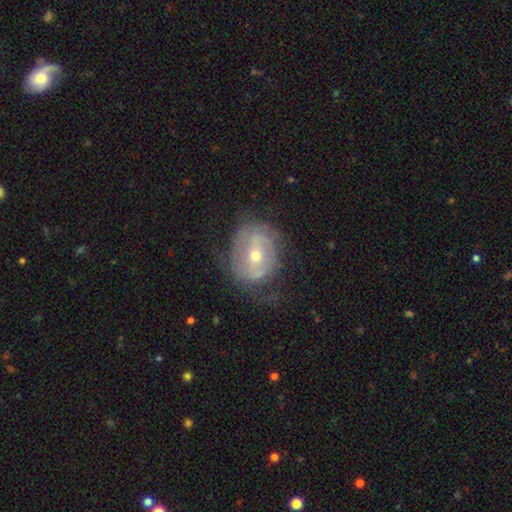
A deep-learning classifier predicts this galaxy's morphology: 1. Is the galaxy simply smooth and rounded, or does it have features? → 72% featured or disk, 21% smooth, 7% star or artifact.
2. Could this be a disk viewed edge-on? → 96% no, 4% yes.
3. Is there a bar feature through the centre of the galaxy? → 41% no, 37% weak, 22% strong.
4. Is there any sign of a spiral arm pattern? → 68% yes, 32% no.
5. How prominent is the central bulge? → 50% small, 47% moderate, 2% large, 1% none, 1% dominant.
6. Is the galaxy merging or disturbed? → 60% none, 24% minor disturbance, 15% major disturbance, 2% merger.